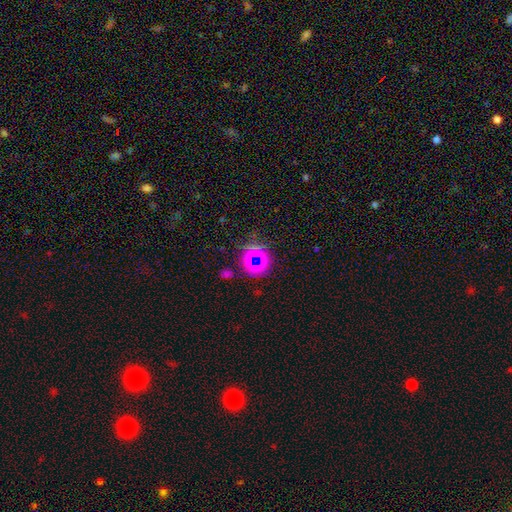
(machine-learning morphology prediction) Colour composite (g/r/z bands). It shows a star or artifact, not a galaxy (67%).